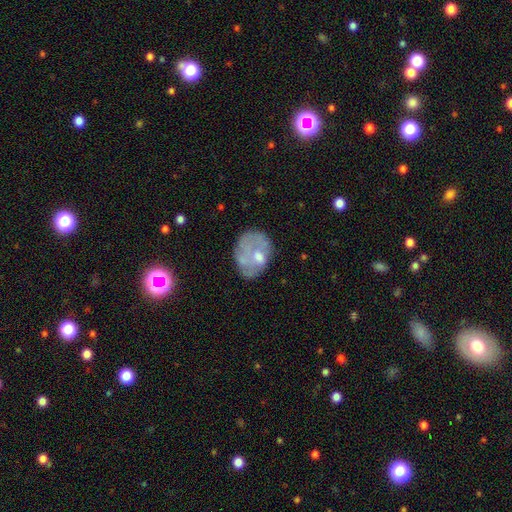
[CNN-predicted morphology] A smooth galaxy with no disk features (48%). Merging: none (44%).